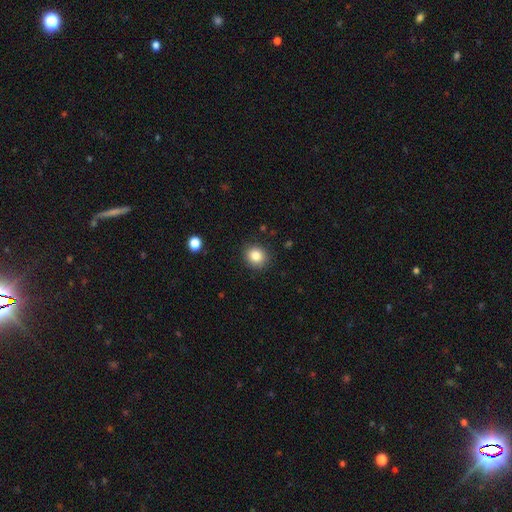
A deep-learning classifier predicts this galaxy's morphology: This is clearly a smooth galaxy (85%). How rounded: likely round (77%). Merging: clearly none (88%).